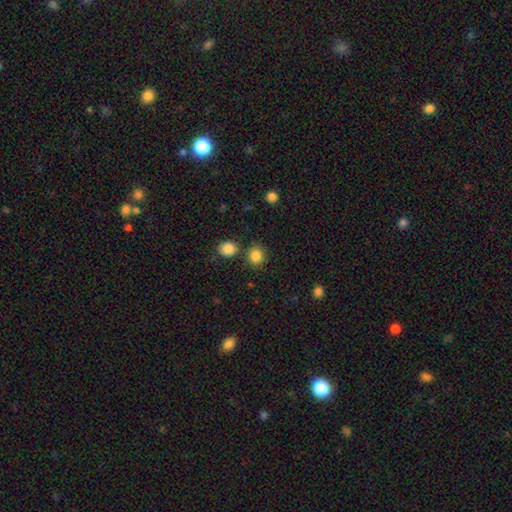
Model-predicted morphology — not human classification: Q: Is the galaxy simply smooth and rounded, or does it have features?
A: smooth — 85%.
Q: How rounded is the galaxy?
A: round — 79%.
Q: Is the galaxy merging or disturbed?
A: none — 79%.